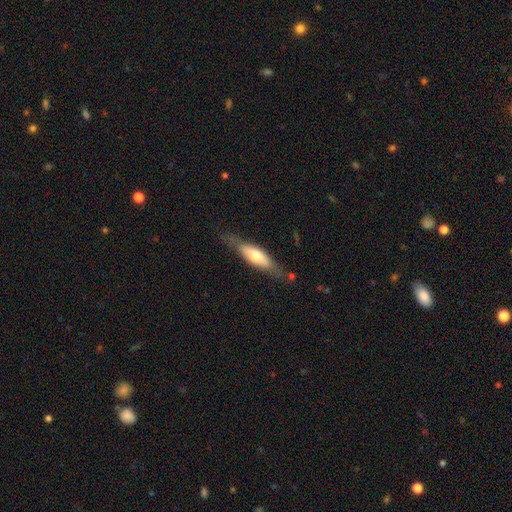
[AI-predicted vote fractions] Overall: smooth (50%; featured or disk 44%). How rounded: cigar-shaped (53%; in between 45%). Merging: none (67%).